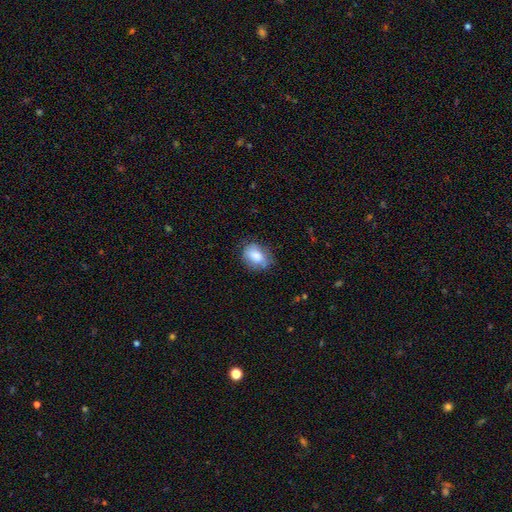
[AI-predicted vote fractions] This is clearly a smooth galaxy (81%). How rounded: likely in between (68%). Merging: likely none (68%).